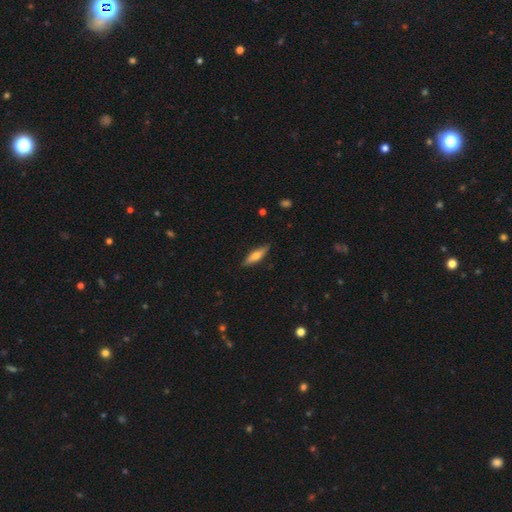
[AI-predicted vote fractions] smooth 54%, featured or disk 39%, star or artifact 6%. Down the decision tree: how rounded — cigar-shaped (66%); merging — none (85%).